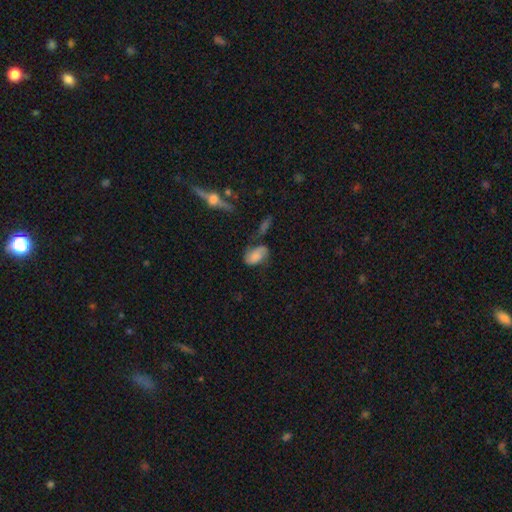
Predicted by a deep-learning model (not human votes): Q: Smooth or featured?
A: smooth (62%); runner-up: featured or disk (28%)
Q: How rounded?
A: in between (89%); runner-up: round (9%)
Q: Merging?
A: none (45%); runner-up: minor disturbance (28%)